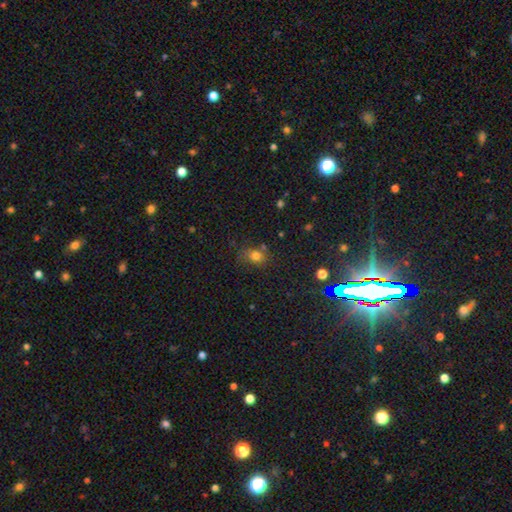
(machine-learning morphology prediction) A smooth galaxy with no disk features (75%) that is in between round and cigar-shaped (50%).

Vote fractions:
- Smooth or featured? smooth: 75% / star or artifact: 17% / featured or disk: 8%
- How rounded? in between: 50% / round: 49% / cigar-shaped: 1%
- Merging? none: 63% / minor disturbance: 21% / merger: 9% / major disturbance: 7%